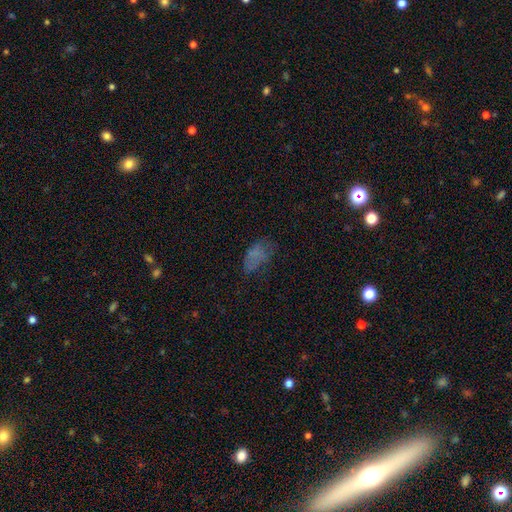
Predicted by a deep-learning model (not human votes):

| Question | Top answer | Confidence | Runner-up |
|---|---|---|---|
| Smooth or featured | smooth | 62% | featured or disk (21%) |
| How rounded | in between | 90% | round (6%) |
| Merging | none | 44% | minor disturbance (28%) |